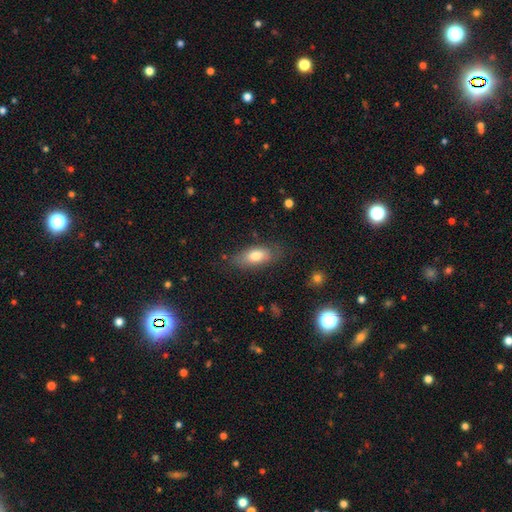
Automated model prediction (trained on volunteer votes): Overall: smooth (76%). How rounded: in between (84%). Merging: none (73%).